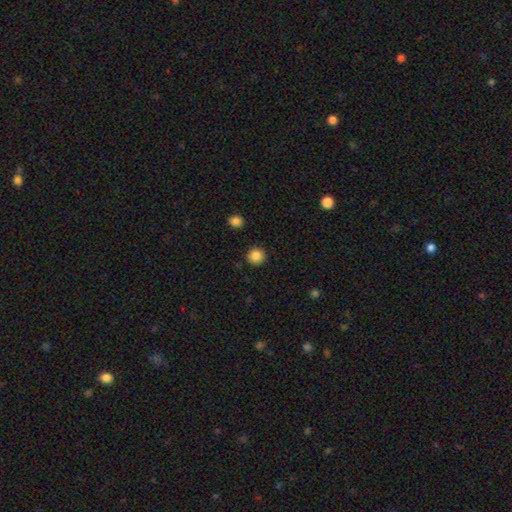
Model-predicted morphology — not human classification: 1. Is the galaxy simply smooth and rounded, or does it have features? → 86% smooth, 10% star or artifact, 4% featured or disk.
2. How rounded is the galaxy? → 94% round, 6% in between, 1% cigar-shaped.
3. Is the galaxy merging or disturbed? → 91% none, 5% minor disturbance, 2% major disturbance, 2% merger.